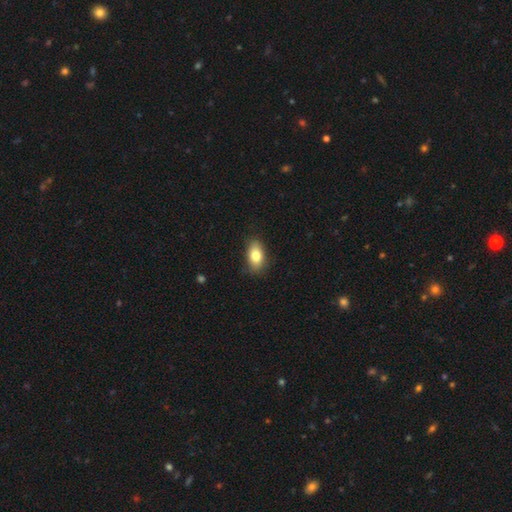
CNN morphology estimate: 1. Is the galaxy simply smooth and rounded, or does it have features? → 82% smooth, 11% featured or disk, 8% star or artifact.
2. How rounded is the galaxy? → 89% in between, 8% round, 3% cigar-shaped.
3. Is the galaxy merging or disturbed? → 81% none, 15% minor disturbance, 3% major disturbance, 1% merger.